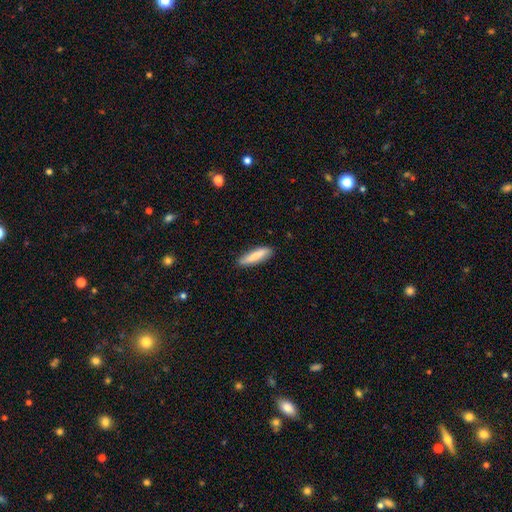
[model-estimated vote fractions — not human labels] smooth 79%, featured or disk 15%, star or artifact 6%. Down the decision tree: how rounded — cigar-shaped (77%); merging — none (87%).